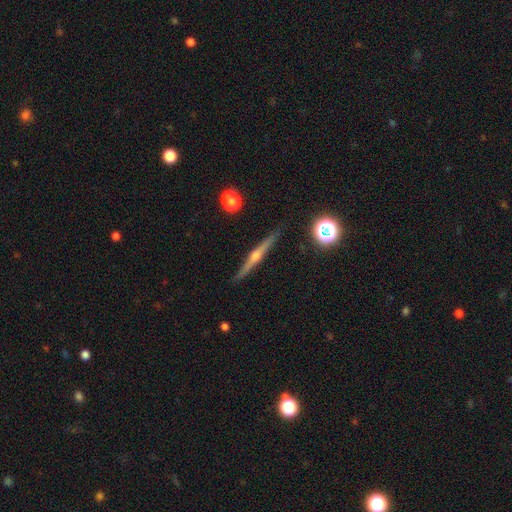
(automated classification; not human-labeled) Q: Smooth or featured?
A: featured or disk (77%); runner-up: smooth (15%)
Q: Edge-on disk?
A: yes (98%); runner-up: no (2%)
Q: Edge-on bulge?
A: rounded (90%); runner-up: none (6%)
Q: Merging?
A: none (90%); runner-up: minor disturbance (7%)